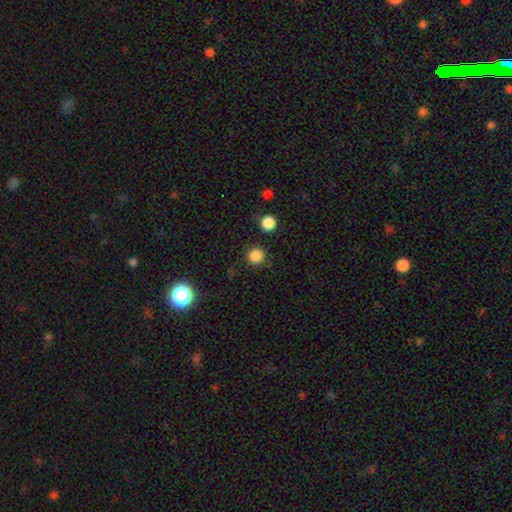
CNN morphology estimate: Overall: smooth (84%). How rounded: round (95%). Merging: none (88%).